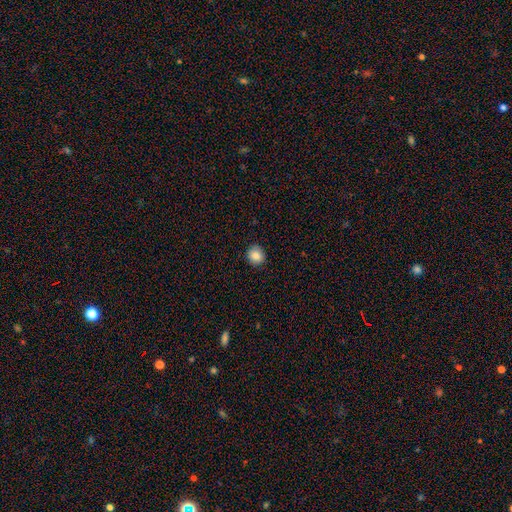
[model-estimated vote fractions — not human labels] smooth-or-featured: smooth: 85% | star or artifact: 9% | featured or disk: 6%
  how-rounded: round: 84% | in between: 15% | cigar-shaped: 1%
  merging: none: 88% | minor disturbance: 9% | major disturbance: 2% | merger: 1%